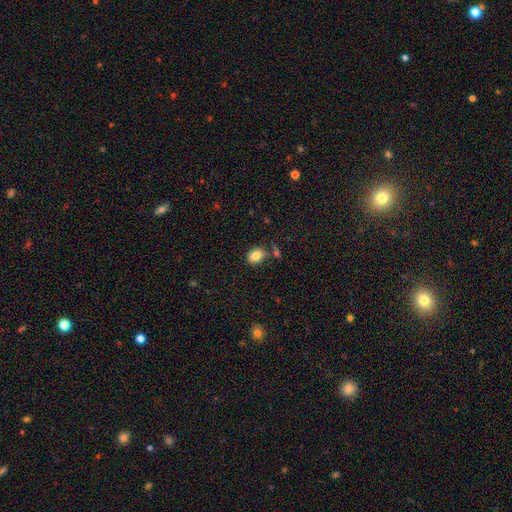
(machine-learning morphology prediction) type=smooth (84%); roundness=in between (71%); merging=none (69%).